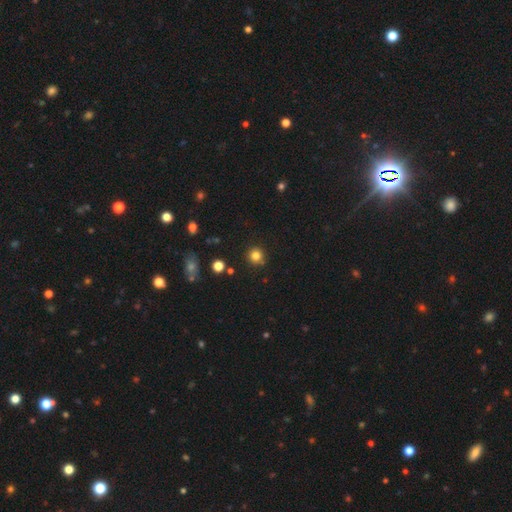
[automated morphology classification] Smooth or featured: smooth — 82% (star or artifact — 13%)
How rounded: round — 93% (in between — 6%)
Merging: none — 88% (minor disturbance — 8%)